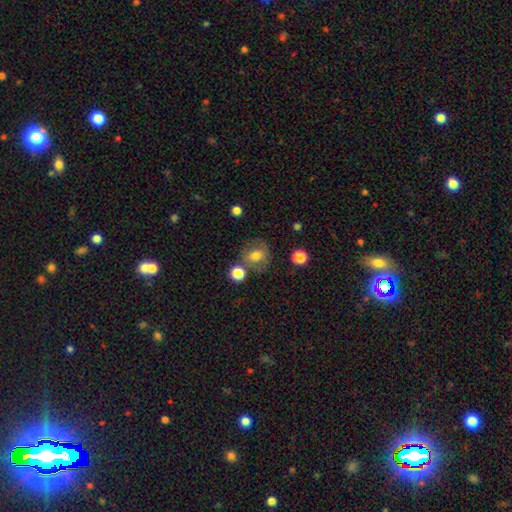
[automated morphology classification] Smooth or featured?
  - smooth: 73% *
  - featured or disk: 16%
  - star or artifact: 11%
How rounded?
  - round: 77% *
  - in between: 22%
  - cigar-shaped: 1%
Merging?
  - none: 65% *
  - minor disturbance: 16%
  - merger: 13%
  - major disturbance: 7%